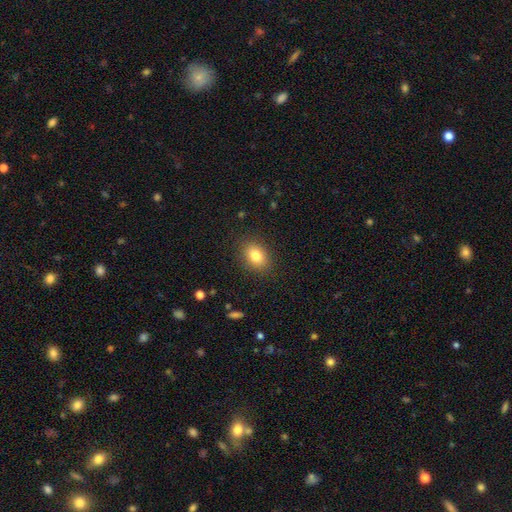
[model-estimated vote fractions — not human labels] A smooth galaxy with no disk features (81%) that is in between round and cigar-shaped (69%). Merging: none (87%).